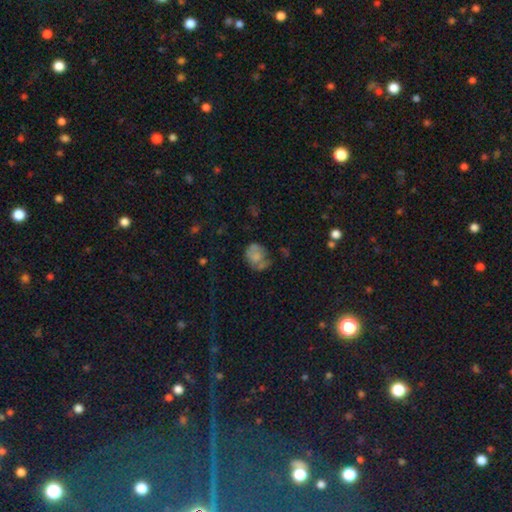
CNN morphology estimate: A smooth galaxy with no disk features (59%) that is round (56%).

Vote fractions:
- Smooth or featured? smooth: 59% / featured or disk: 31% / star or artifact: 11%
- How rounded? round: 56% / in between: 43% / cigar-shaped: 1%
- Merging? none: 42% / minor disturbance: 30% / major disturbance: 21% / merger: 6%